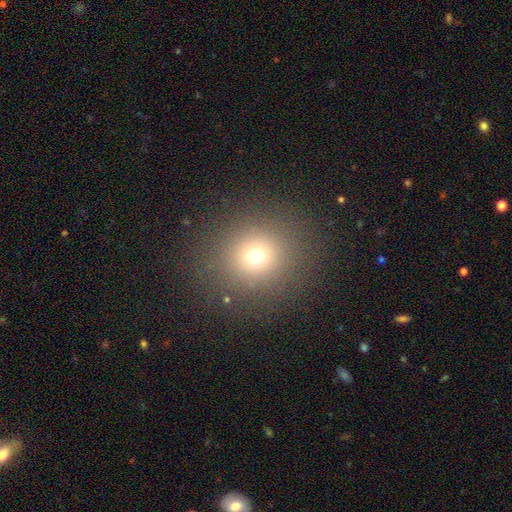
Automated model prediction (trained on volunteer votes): smooth-or-featured: smooth: 69% | star or artifact: 21% | featured or disk: 10%
  how-rounded: round: 89% | in between: 10% | cigar-shaped: 1%
  merging: none: 87% | minor disturbance: 7% | major disturbance: 5% | merger: 1%